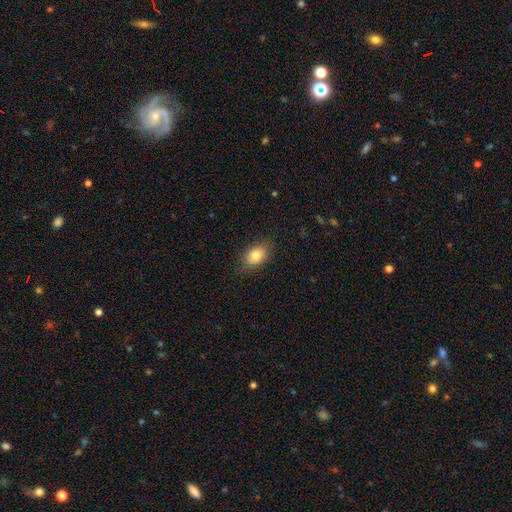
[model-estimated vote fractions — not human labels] smooth_or_featured: smooth (p=0.80) [alt: featured or disk p=0.11]
how_rounded: in between (p=0.81) [alt: round p=0.17]
merging: none (p=0.82) [alt: minor disturbance p=0.14]